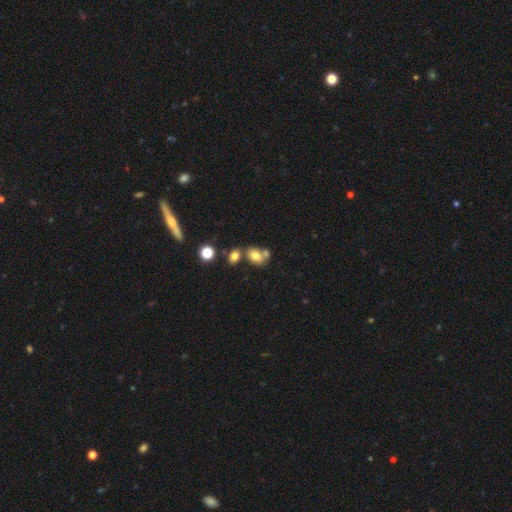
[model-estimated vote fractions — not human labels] A smooth galaxy with no disk features (75%) that is in between round and cigar-shaped (69%).

Vote fractions:
- Smooth or featured? smooth: 75% / featured or disk: 14% / star or artifact: 11%
- How rounded? in between: 69% / round: 30% / cigar-shaped: 1%
- Merging? none: 45% / merger: 39% / minor disturbance: 12% / major disturbance: 4%